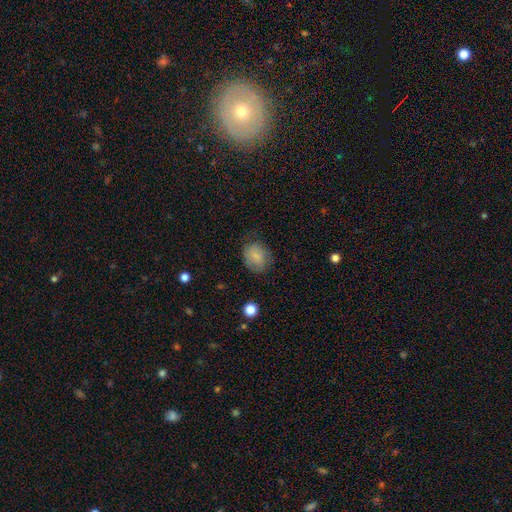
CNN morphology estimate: Smooth or featured?
  - smooth: 79% *
  - featured or disk: 13%
  - star or artifact: 8%
How rounded?
  - round: 58% *
  - in between: 41%
  - cigar-shaped: 1%
Merging?
  - none: 70% *
  - minor disturbance: 21%
  - major disturbance: 7%
  - merger: 1%